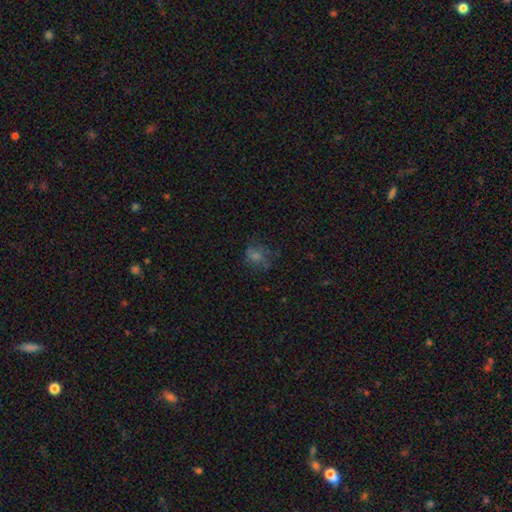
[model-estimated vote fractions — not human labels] This is possibly a smooth galaxy (46%). Merging: likely none (65%).